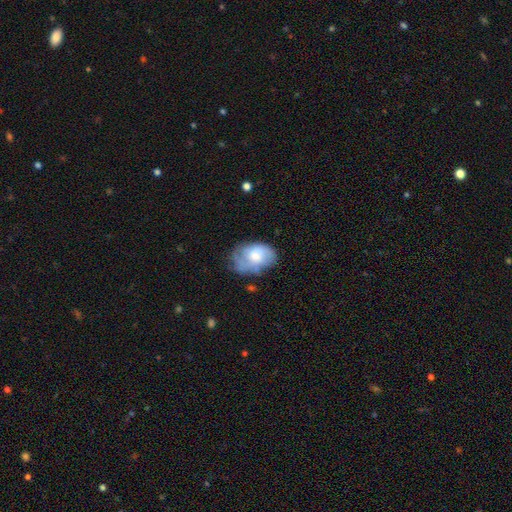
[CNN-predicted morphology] This is possibly a smooth galaxy (53%). How rounded: clearly in between (81%). Merging: possibly none (49%).